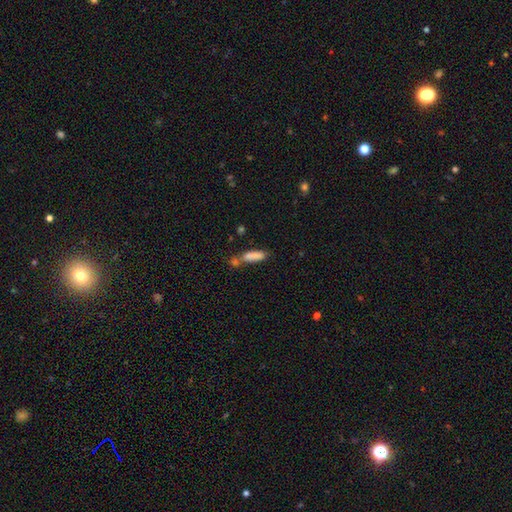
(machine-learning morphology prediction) A smooth galaxy with no disk features (80%) that is cigar-shaped (57%).

Vote fractions:
- Smooth or featured? smooth: 80% / featured or disk: 11% / star or artifact: 9%
- How rounded? cigar-shaped: 57% / in between: 41% / round: 2%
- Merging? none: 47% / merger: 31% / minor disturbance: 16% / major disturbance: 6%